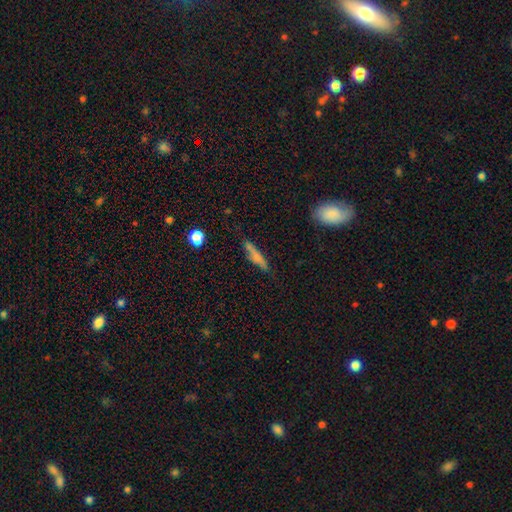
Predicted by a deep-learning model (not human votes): A smooth galaxy with no disk features (66%) that is cigar-shaped (86%). Merging: none (75%).